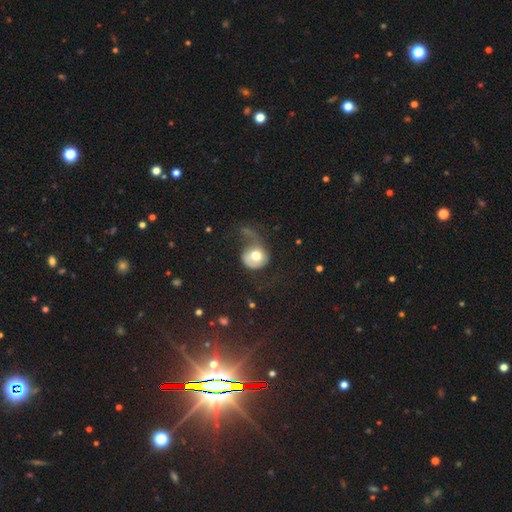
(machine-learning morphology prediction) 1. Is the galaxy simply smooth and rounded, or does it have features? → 59% smooth, 33% featured or disk, 8% star or artifact.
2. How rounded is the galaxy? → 72% round, 27% in between, 1% cigar-shaped.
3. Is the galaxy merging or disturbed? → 52% major disturbance, 22% none, 21% minor disturbance, 5% merger.